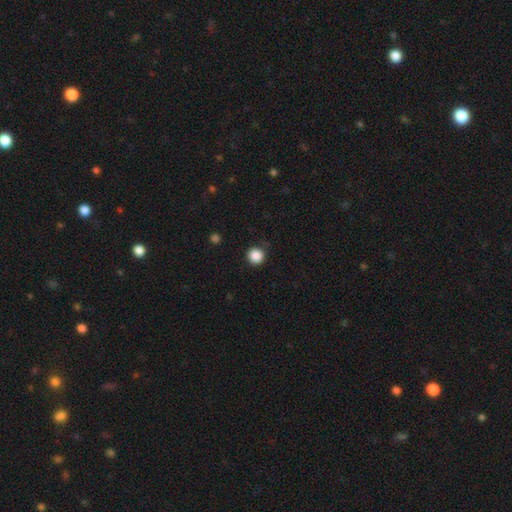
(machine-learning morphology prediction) smooth 87%, star or artifact 10%, featured or disk 3%. Down the decision tree: how rounded — round (94%); merging — none (86%).